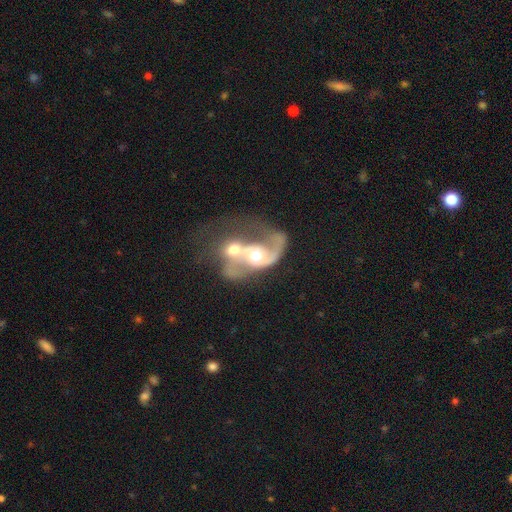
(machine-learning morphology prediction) A featured or disk galaxy (74%) with no bar (72%), 2 (54%) loose (51%) spiral arms (79%) and a moderate central bulge (69%).

Vote fractions:
- Smooth or featured? featured or disk: 74% / smooth: 19% / star or artifact: 7%
- Edge-on disk? no: 97% / yes: 3%
- Bar? no: 72% / weak: 22% / strong: 6%
- Spiral arms? yes: 79% / no: 21%
- Spiral winding? loose: 51% / medium: 35% / tight: 13%
- Spiral arm count? 2: 54% / 1: 31% / can't tell: 11% / 3: 2% / 4: 1% / more than 4: 1%
- Bulge size? moderate: 69% / large: 14% / small: 13% / none: 2% / dominant: 2%
- Merging? merger: 77% / major disturbance: 12% / none: 7% / minor disturbance: 4%